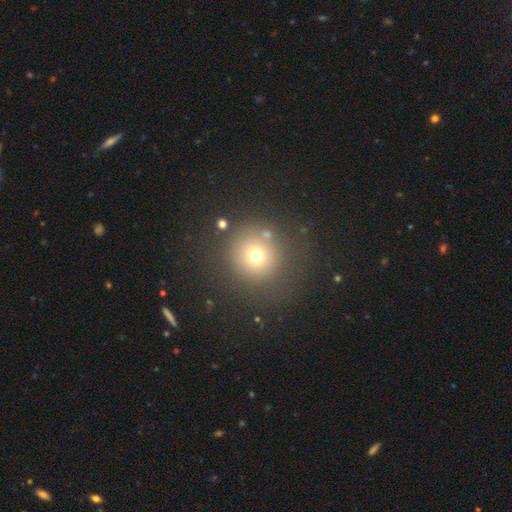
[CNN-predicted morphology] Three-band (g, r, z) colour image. It shows a smooth galaxy with no disk features (69%) that is round (95%). Merging: none (78%).